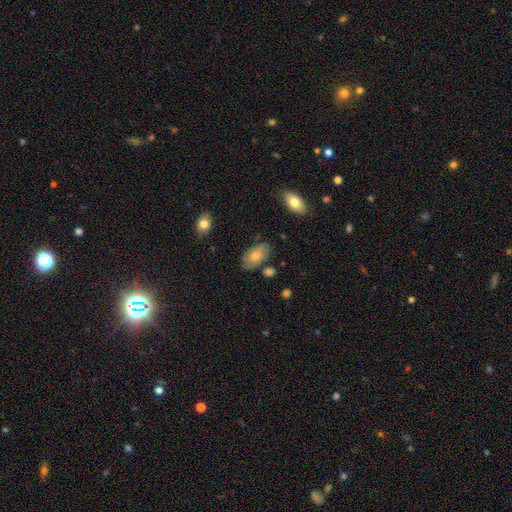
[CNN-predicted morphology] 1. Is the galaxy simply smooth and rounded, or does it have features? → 69% smooth, 24% featured or disk, 7% star or artifact.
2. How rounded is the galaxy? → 93% in between, 5% round, 2% cigar-shaped.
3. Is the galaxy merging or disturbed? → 72% none, 19% minor disturbance, 4% merger, 4% major disturbance.